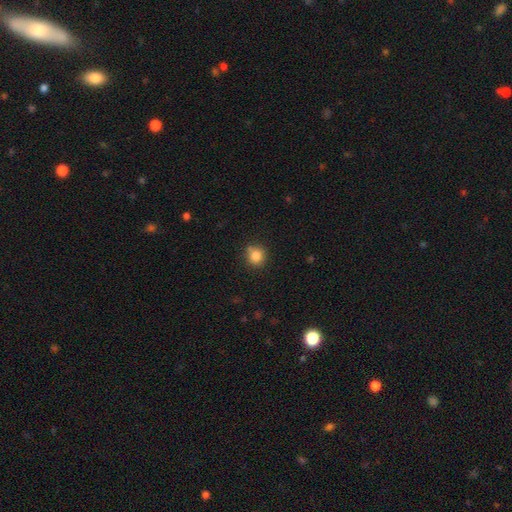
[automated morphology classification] This is clearly a smooth galaxy (83%). How rounded: clearly round (87%). Merging: likely none (77%).